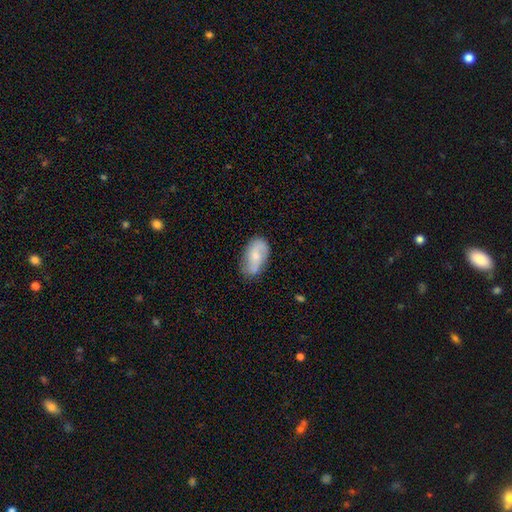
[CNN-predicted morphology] Overall: smooth (49%; featured or disk 44%). Merging: none (66%).